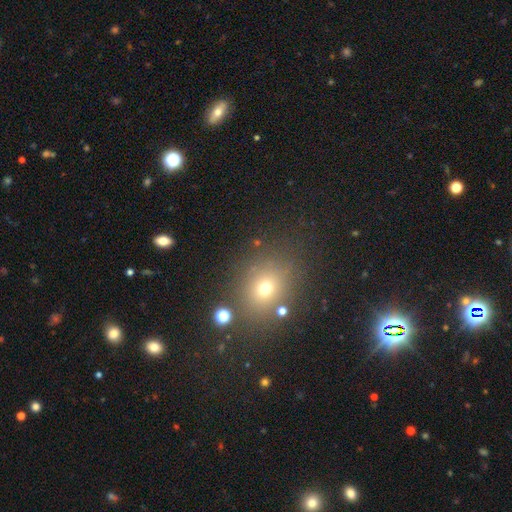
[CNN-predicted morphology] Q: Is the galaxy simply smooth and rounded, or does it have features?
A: smooth — 51%.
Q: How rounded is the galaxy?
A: round — 63%.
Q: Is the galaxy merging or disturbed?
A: none — 82%.